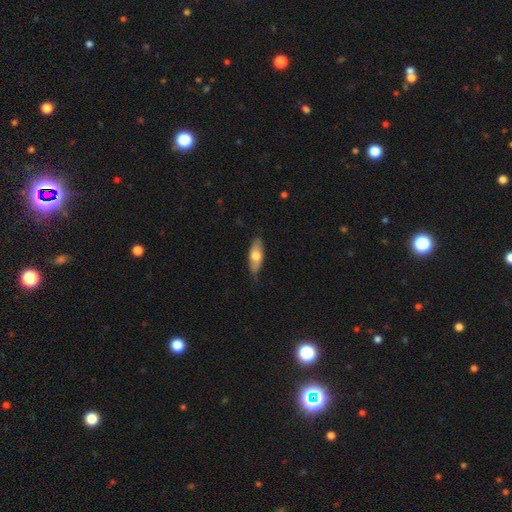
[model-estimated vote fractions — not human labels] Morphology: type=smooth (66%); roundness=in between (73%); merging=none (80%).